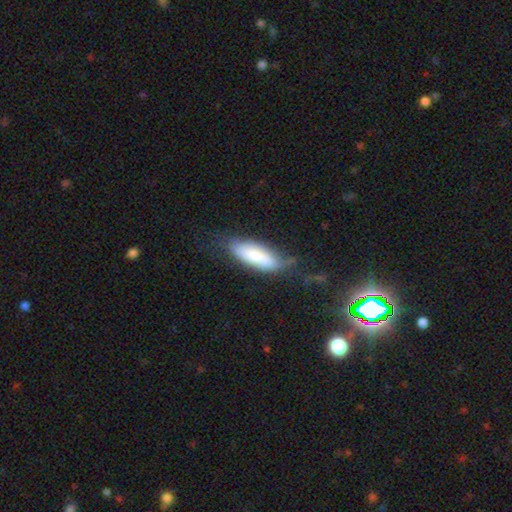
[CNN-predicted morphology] smooth-or-featured: smooth: 76% | featured or disk: 18% | star or artifact: 7%
  how-rounded: in between: 66% | cigar-shaped: 32% | round: 2%
  merging: none: 53% | minor disturbance: 31% | major disturbance: 13% | merger: 3%